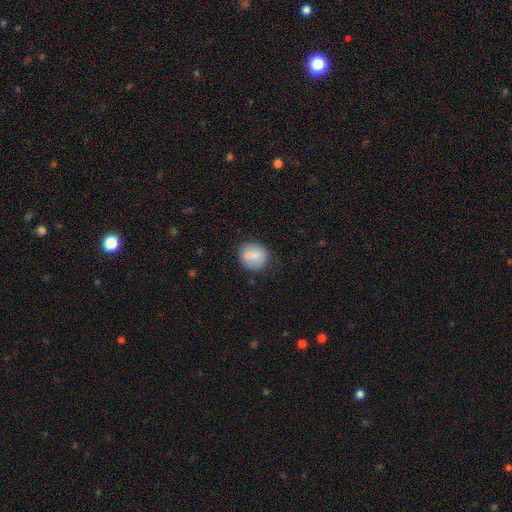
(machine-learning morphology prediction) A smooth galaxy with no disk features (68%) that is round (83%).

Vote fractions:
- Smooth or featured? smooth: 68% / featured or disk: 24% / star or artifact: 8%
- How rounded? round: 83% / in between: 16% / cigar-shaped: 1%
- Merging? none: 53% / merger: 29% / minor disturbance: 13% / major disturbance: 4%